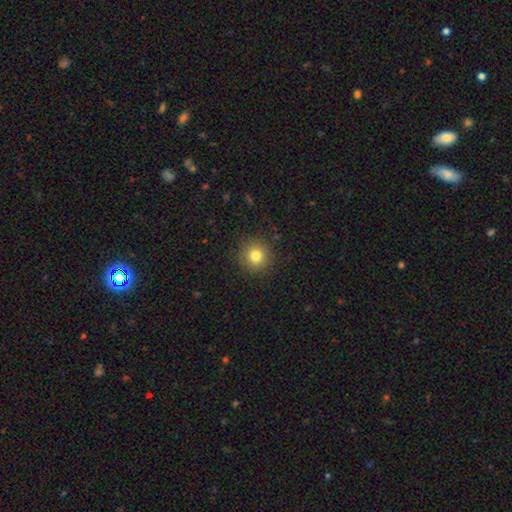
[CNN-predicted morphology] smooth-or-featured: smooth: 80% | star or artifact: 13% | featured or disk: 7%
  how-rounded: round: 94% | in between: 5% | cigar-shaped: 1%
  merging: none: 89% | minor disturbance: 7% | major disturbance: 3% | merger: 1%